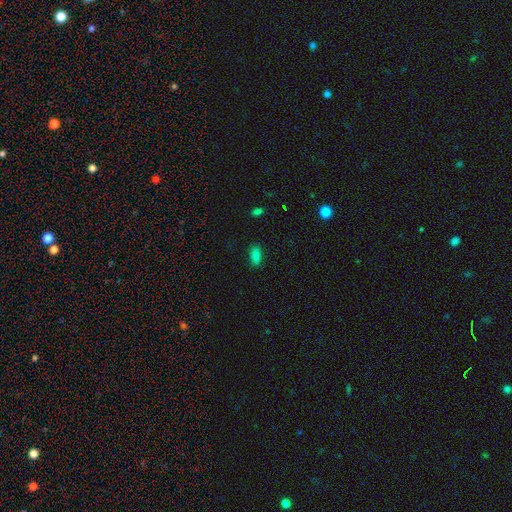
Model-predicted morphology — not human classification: Overall: smooth (81%). How rounded: in between (89%). Merging: none (85%).